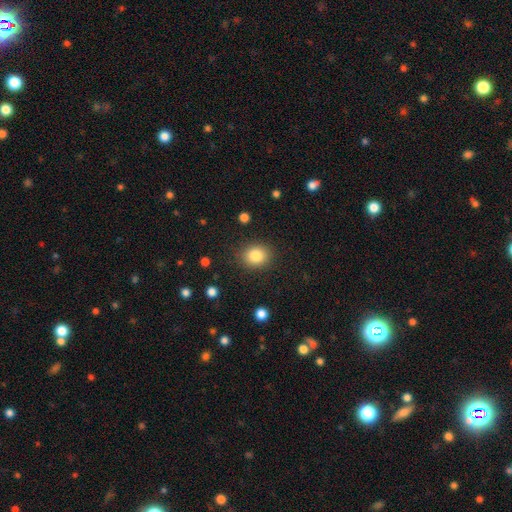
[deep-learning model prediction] A smooth galaxy with no disk features (84%) that is round (67%).

Vote fractions:
- Smooth or featured? smooth: 84% / star or artifact: 10% / featured or disk: 6%
- How rounded? round: 67% / in between: 32% / cigar-shaped: 1%
- Merging? none: 87% / minor disturbance: 9% / major disturbance: 3% / merger: 1%